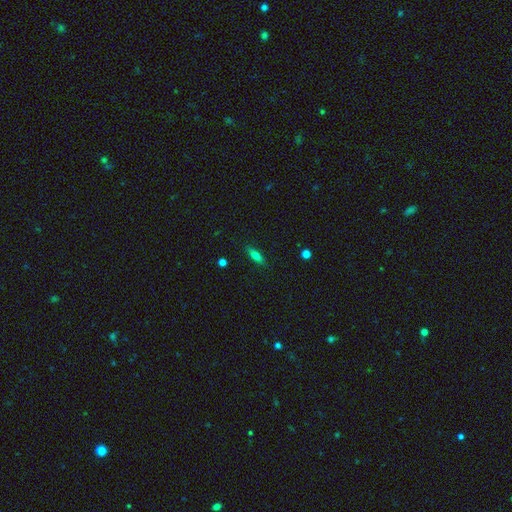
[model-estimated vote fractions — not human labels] This is likely a smooth galaxy (67%). How rounded: possibly cigar-shaped (50%). Merging: clearly none (86%).